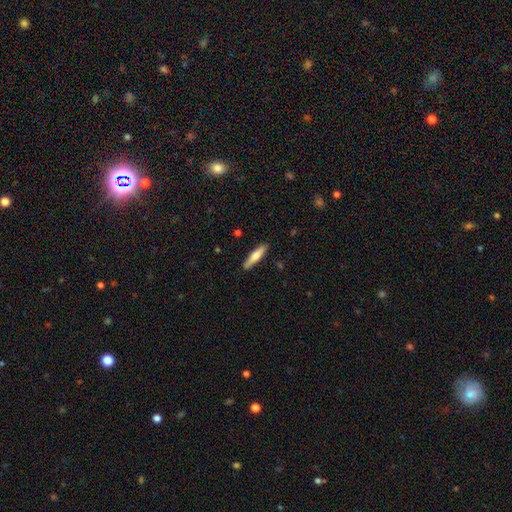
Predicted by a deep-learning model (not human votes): Smooth or featured? Predicted: smooth (p=0.63). How rounded? Predicted: cigar-shaped (p=0.82). Merging? Predicted: none (p=0.88).